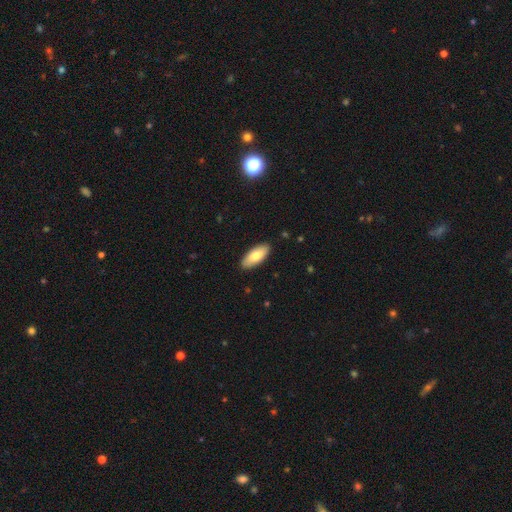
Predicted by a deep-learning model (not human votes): Overall: smooth (78%). How rounded: in between (85%). Merging: none (90%).